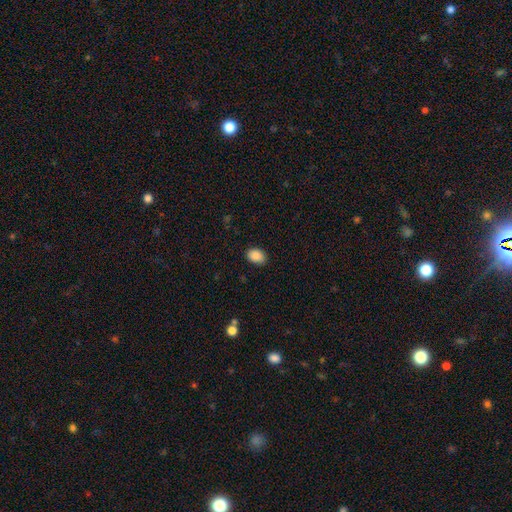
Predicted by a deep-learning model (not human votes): smooth 89%, star or artifact 8%, featured or disk 3%. Down the decision tree: how rounded — in between (75%); merging — none (87%).